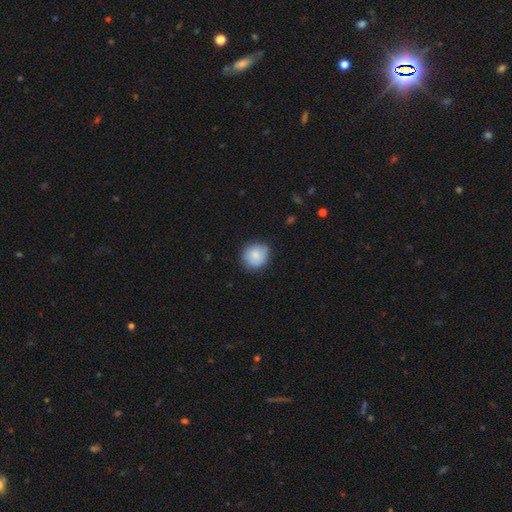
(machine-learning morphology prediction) Q: Smooth or featured?
A: smooth (82%); runner-up: featured or disk (11%)
Q: How rounded?
A: round (87%); runner-up: in between (12%)
Q: Merging?
A: none (81%); runner-up: minor disturbance (15%)